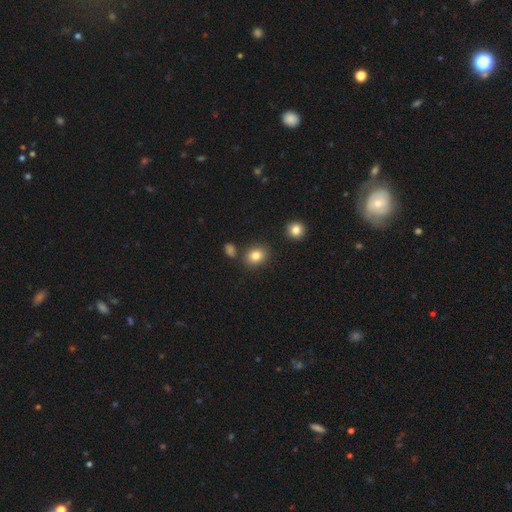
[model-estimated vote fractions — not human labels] The model was most divided on "how rounded": round: 54%, in between: 45%, cigar-shaped: 1%. More confident: smooth or featured — smooth (83%); merging — none (81%).